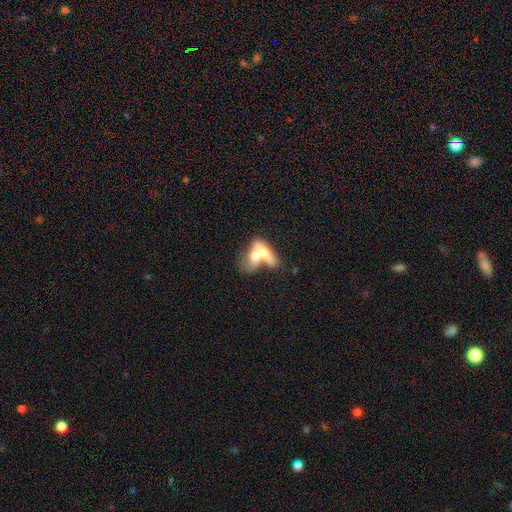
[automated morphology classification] Smooth or featured?
  - smooth: 60% *
  - featured or disk: 33%
  - star or artifact: 7%
How rounded?
  - in between: 64% *
  - cigar-shaped: 26%
  - round: 10%
Merging?
  - merger: 72% *
  - none: 15%
  - major disturbance: 7%
  - minor disturbance: 6%